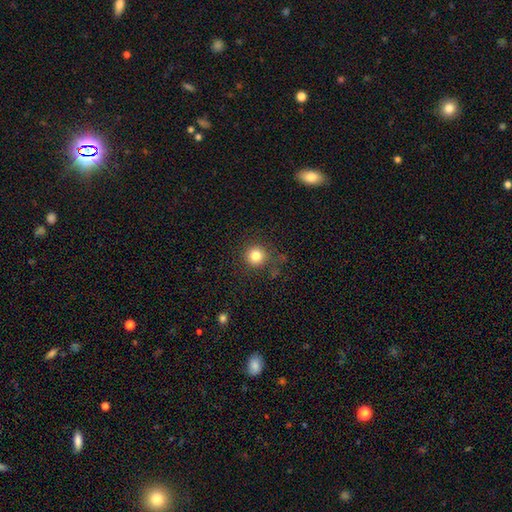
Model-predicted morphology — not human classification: smooth 82%, star or artifact 12%, featured or disk 6%. Down the decision tree: how rounded — round (94%); merging — none (85%).